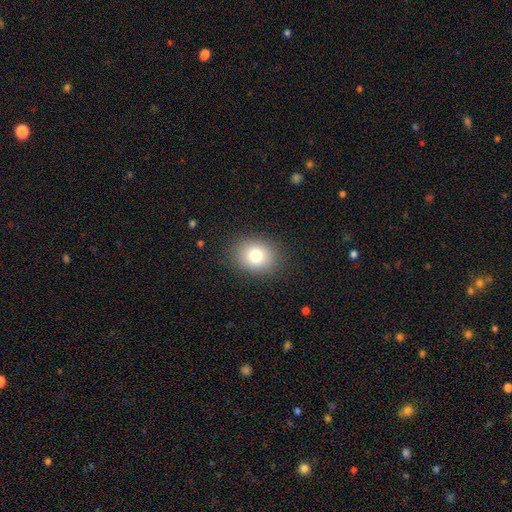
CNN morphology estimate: A smooth galaxy with no disk features (79%) that is round (57%). Merging: none (87%).